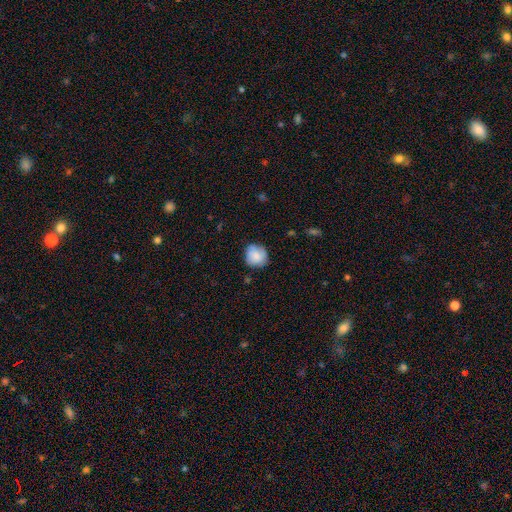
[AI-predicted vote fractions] smooth_or_featured: smooth (p=0.77) [alt: featured or disk p=0.16]
how_rounded: round (p=0.85) [alt: in between p=0.14]
merging: none (p=0.72) [alt: minor disturbance p=0.21]